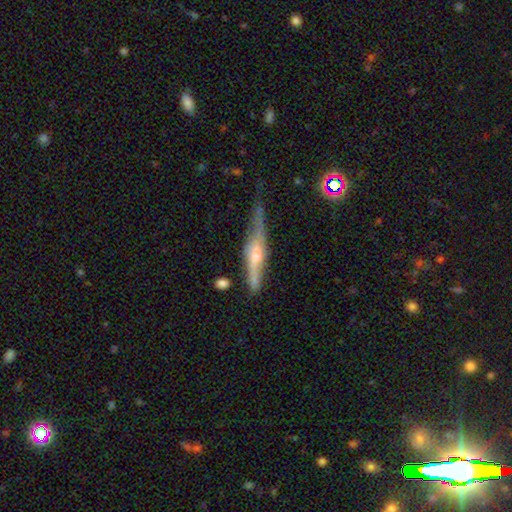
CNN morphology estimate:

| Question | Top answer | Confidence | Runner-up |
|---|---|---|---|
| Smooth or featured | featured or disk | 65% | smooth (28%) |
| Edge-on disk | yes | 84% | no (16%) |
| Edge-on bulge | rounded | 75% | none (13%) |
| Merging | none | 42% | minor disturbance (36%) |